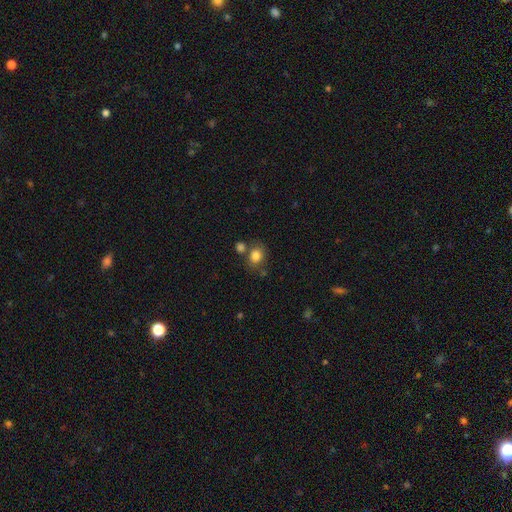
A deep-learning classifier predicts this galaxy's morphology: smooth-or-featured: smooth: 82% | star or artifact: 11% | featured or disk: 8%
  how-rounded: round: 60% | in between: 39% | cigar-shaped: 1%
  merging: none: 62% | merger: 19% | minor disturbance: 14% | major disturbance: 5%